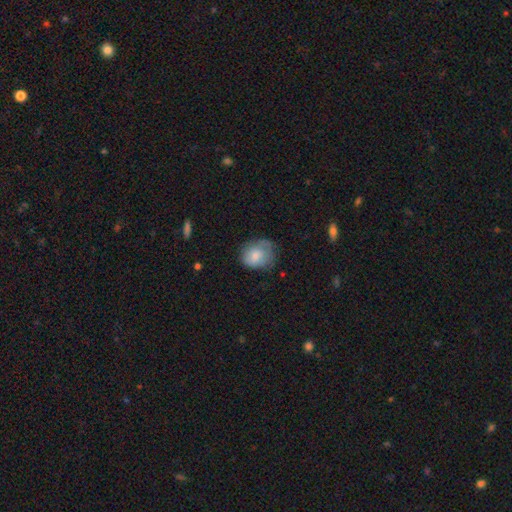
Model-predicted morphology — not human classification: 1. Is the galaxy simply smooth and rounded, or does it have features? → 74% smooth, 19% featured or disk, 7% star or artifact.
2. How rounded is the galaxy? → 57% round, 42% in between, 1% cigar-shaped.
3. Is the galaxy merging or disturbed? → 49% none, 34% minor disturbance, 15% major disturbance, 2% merger.